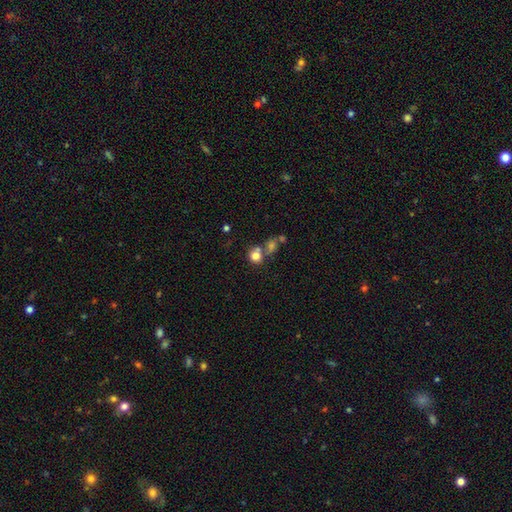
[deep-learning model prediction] Smooth or featured?
  - smooth: 77% *
  - star or artifact: 13%
  - featured or disk: 10%
How rounded?
  - round: 84% *
  - in between: 15%
  - cigar-shaped: 1%
Merging?
  - none: 47% *
  - merger: 39%
  - minor disturbance: 9%
  - major disturbance: 5%